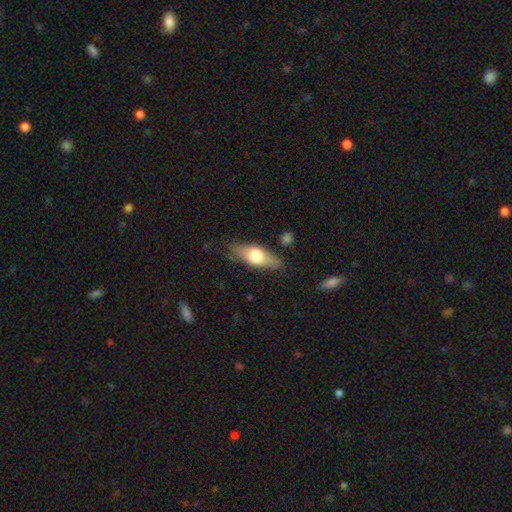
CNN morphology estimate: A smooth galaxy with no disk features (58%) that is in between round and cigar-shaped (67%).

Vote fractions:
- Smooth or featured? smooth: 58% / featured or disk: 35% / star or artifact: 6%
- How rounded? in between: 67% / cigar-shaped: 30% / round: 4%
- Merging? none: 78% / minor disturbance: 16% / major disturbance: 4% / merger: 2%